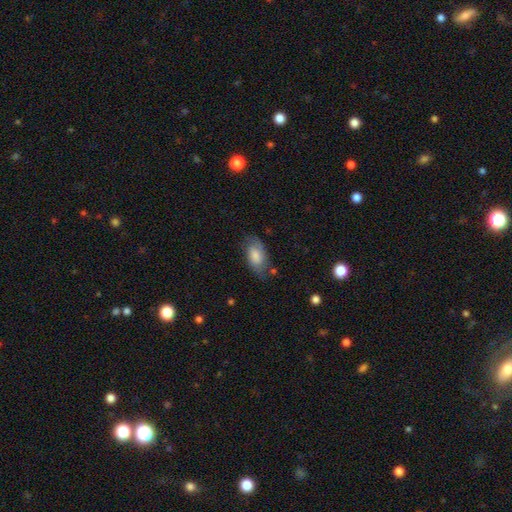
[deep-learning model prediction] The model was most divided on "merging": none: 63%, minor disturbance: 26%, major disturbance: 8%, merger: 2%. More confident: how rounded — in between (92%); smooth or featured — smooth (66%).